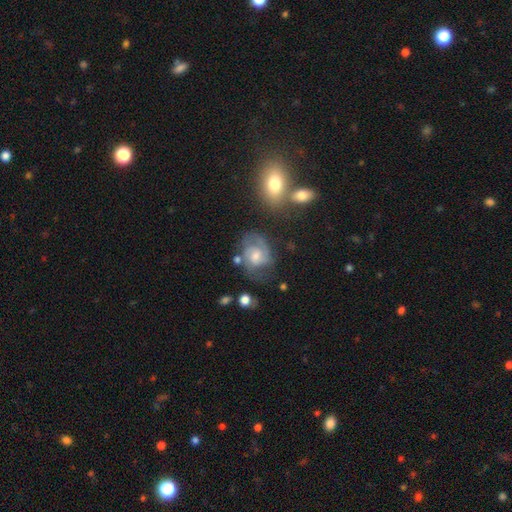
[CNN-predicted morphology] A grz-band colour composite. It shows a featured or disk galaxy (75%) with no bar (57%), 2 (69%) medium (45%) spiral arms (92%) and a moderate central bulge (56%). Merging: none (59%).